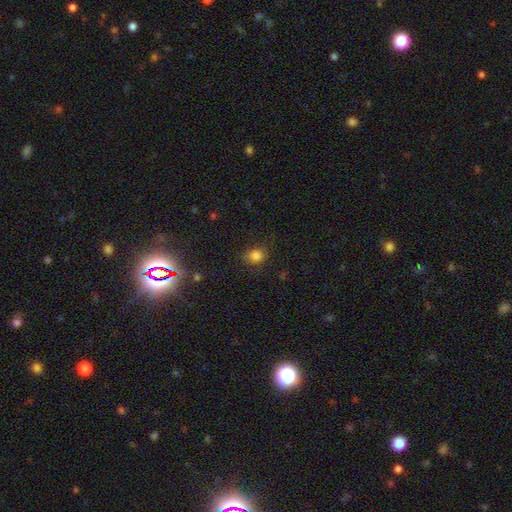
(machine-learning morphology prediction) This is clearly a smooth galaxy (82%). How rounded: likely round (65%). Merging: likely none (76%).